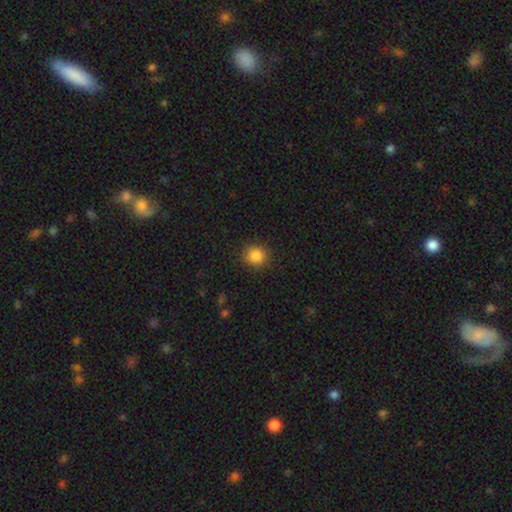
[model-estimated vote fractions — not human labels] Smooth or featured: smooth — 86% (star or artifact — 10%)
How rounded: round — 89% (in between — 10%)
Merging: none — 89% (minor disturbance — 7%)